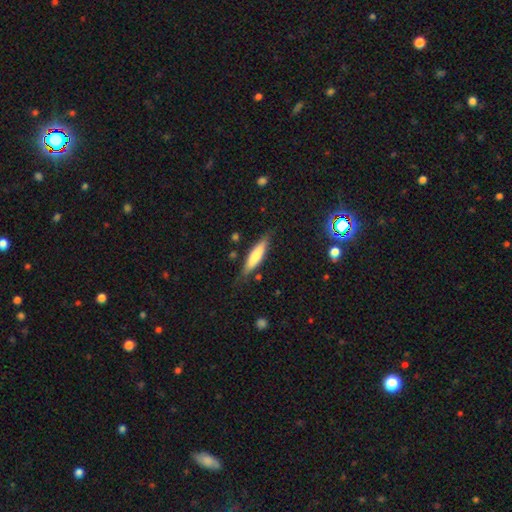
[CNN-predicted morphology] Overall: smooth (69%). How rounded: cigar-shaped (75%). Merging: none (79%).